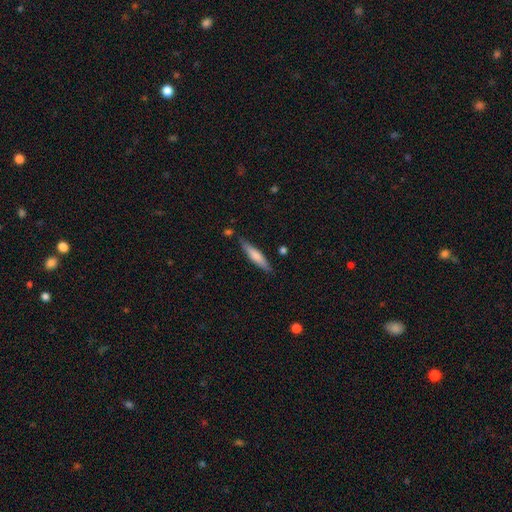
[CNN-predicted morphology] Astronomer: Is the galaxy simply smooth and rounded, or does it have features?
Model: smooth — 67%.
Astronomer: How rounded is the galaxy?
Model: cigar-shaped — 83%.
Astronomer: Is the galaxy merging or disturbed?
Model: none — 81%.